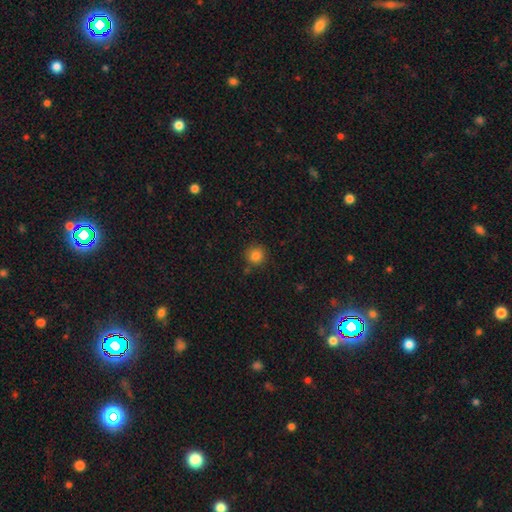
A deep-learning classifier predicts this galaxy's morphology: Q: Smooth or featured?
A: smooth (83%); runner-up: star or artifact (12%)
Q: How rounded?
A: round (94%); runner-up: in between (5%)
Q: Merging?
A: none (84%); runner-up: minor disturbance (9%)